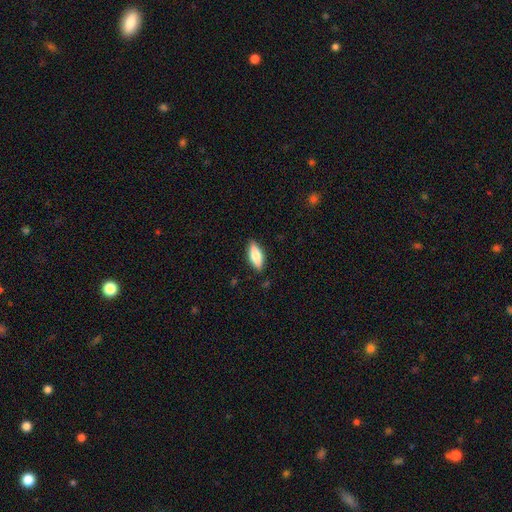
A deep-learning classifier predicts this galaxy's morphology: Overall: smooth (72%). How rounded: in between (72%). Merging: none (86%).